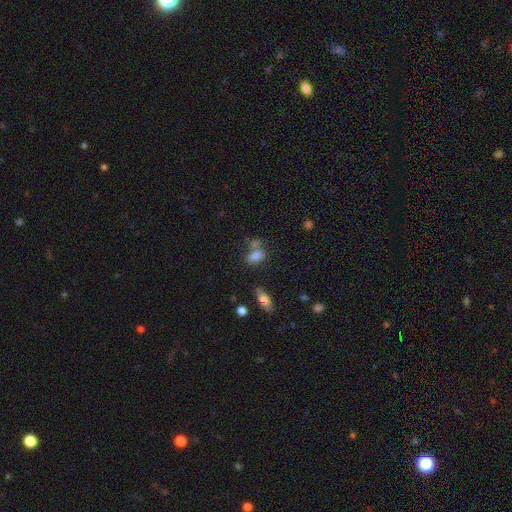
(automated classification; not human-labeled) Smooth or featured: smooth — 79% (star or artifact — 12%)
How rounded: in between — 84% (cigar-shaped — 8%)
Merging: none — 47% (merger — 32%)